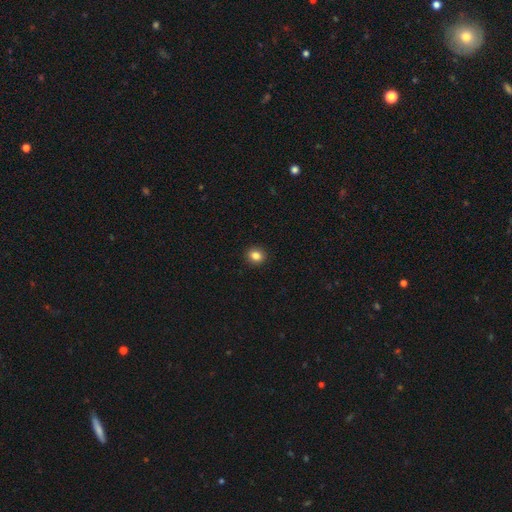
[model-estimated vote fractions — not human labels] smooth 84%, star or artifact 11%, featured or disk 5%. Down the decision tree: how rounded — round (82%); merging — none (93%).